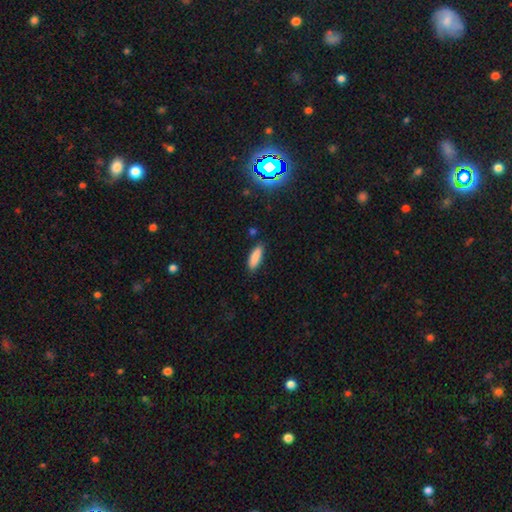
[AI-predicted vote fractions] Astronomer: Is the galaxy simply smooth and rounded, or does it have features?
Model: smooth — 87%.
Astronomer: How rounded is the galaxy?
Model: in between — 56% (runner-up: cigar-shaped, 43%).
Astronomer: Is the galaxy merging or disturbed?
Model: none — 84%.